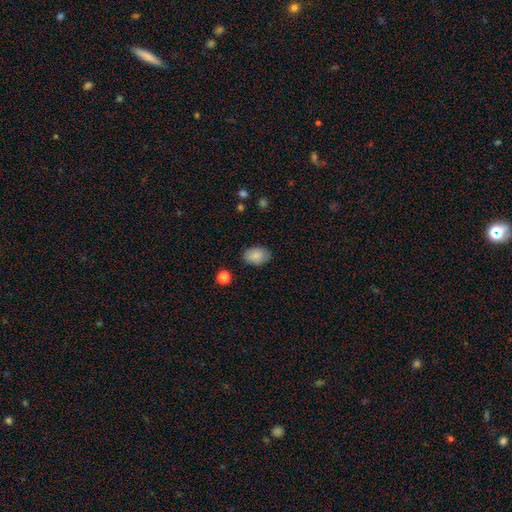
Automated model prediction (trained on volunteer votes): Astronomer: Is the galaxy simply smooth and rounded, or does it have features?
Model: smooth — 86%.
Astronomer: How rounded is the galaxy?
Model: in between — 85%.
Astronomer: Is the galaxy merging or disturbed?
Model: none — 84%.